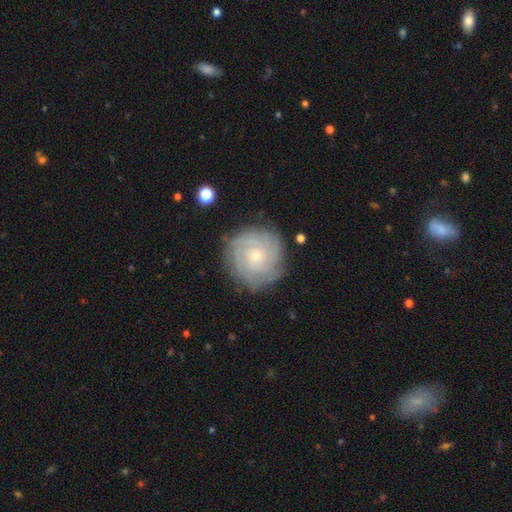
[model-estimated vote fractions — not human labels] featured or disk 79%, smooth 14%, star or artifact 7%. Down the decision tree: edge-on disk — no (98%); bar — no (79%); spiral arms — yes (95%); spiral arm count — can't tell (32%); spiral winding — tight (81%); bulge size — small (71%); merging — none (84%).